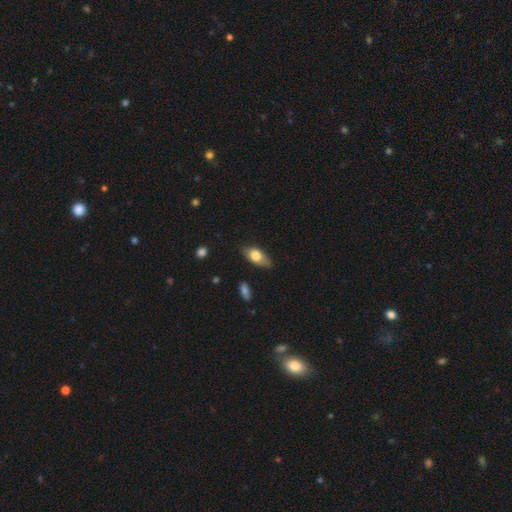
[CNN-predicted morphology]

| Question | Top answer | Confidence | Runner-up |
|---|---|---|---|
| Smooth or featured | smooth | 71% | featured or disk (22%) |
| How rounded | in between | 85% | cigar-shaped (10%) |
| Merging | none | 73% | minor disturbance (21%) |